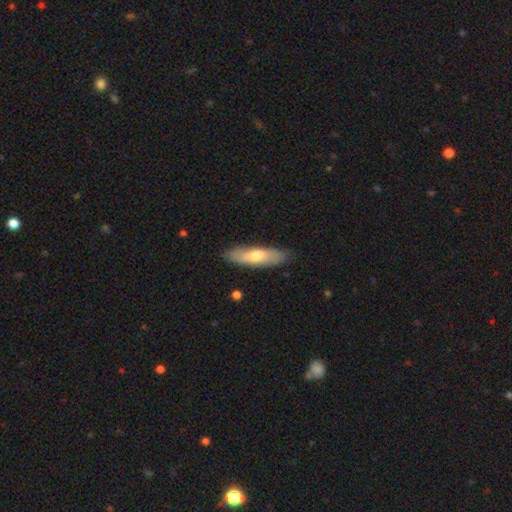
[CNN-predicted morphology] smooth-or-featured: smooth: 62% | featured or disk: 32% | star or artifact: 6%
  how-rounded: cigar-shaped: 59% | in between: 39% | round: 2%
  merging: none: 84% | minor disturbance: 12% | major disturbance: 2% | merger: 1%